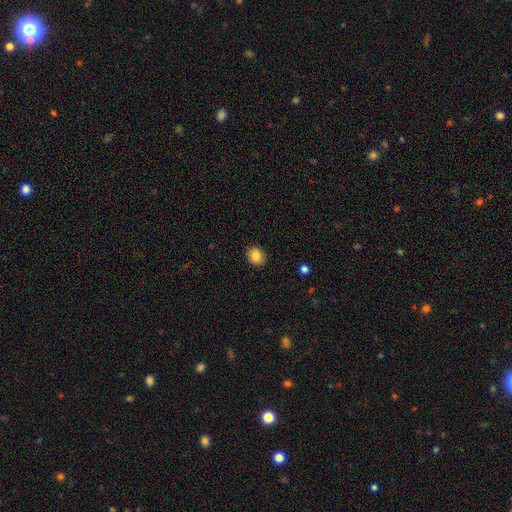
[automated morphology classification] Overall: smooth (85%). How rounded: round (62%; in between 37%). Merging: none (89%).